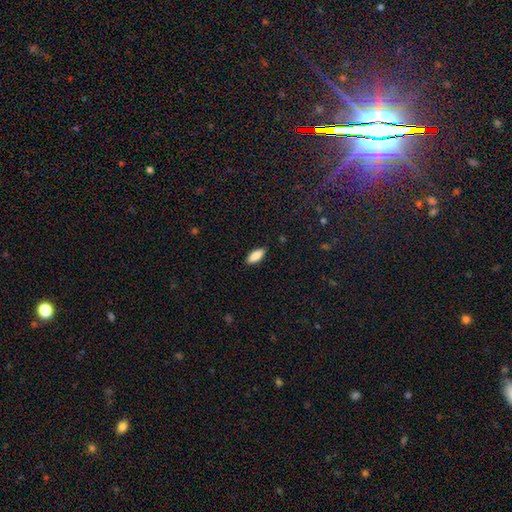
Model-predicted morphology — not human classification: smooth_or_featured: smooth (p=0.87) [alt: featured or disk p=0.07]
how_rounded: in between (p=0.78) [alt: cigar-shaped p=0.20]
merging: none (p=0.88) [alt: minor disturbance p=0.10]